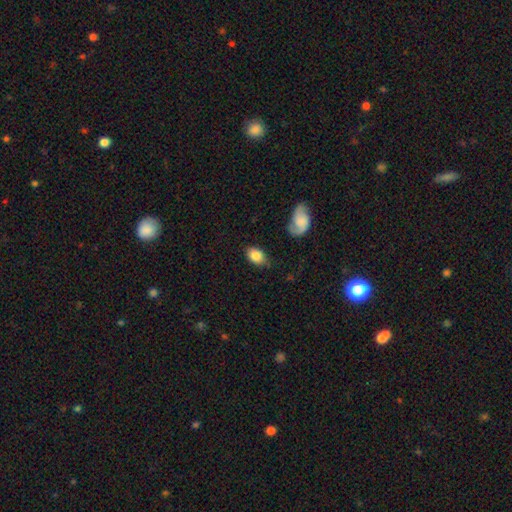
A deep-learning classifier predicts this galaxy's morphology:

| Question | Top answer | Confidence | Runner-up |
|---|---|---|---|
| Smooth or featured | smooth | 83% | featured or disk (10%) |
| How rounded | in between | 82% | round (16%) |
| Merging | none | 73% | minor disturbance (19%) |